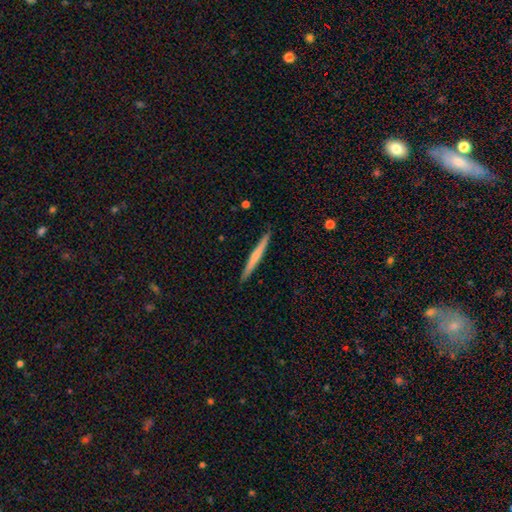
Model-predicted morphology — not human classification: Overall: smooth (51%; featured or disk 43%). How rounded: cigar-shaped (97%). Merging: none (92%).